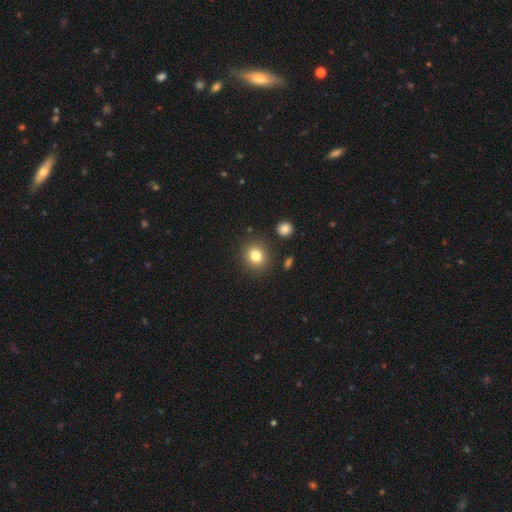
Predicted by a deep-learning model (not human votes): This appears to be a smooth galaxy with no disk features (81%) that is round (76%). Merging: none (87%).